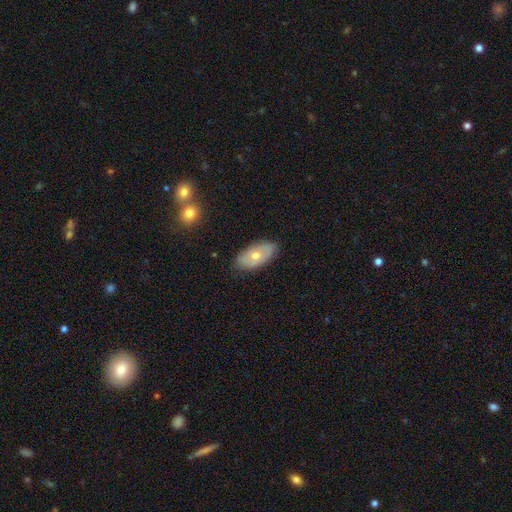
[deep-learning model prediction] smooth 51%, featured or disk 41%, star or artifact 7%. Down the decision tree: how rounded — in between (91%); merging — none (82%).